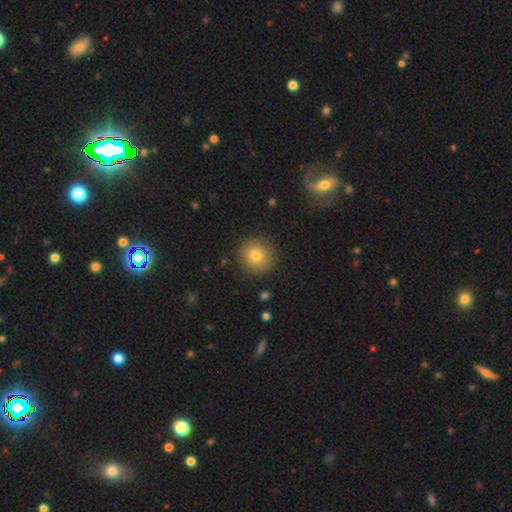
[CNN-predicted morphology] Q: Smooth or featured?
A: smooth (78%); runner-up: featured or disk (11%)
Q: How rounded?
A: round (91%); runner-up: in between (8%)
Q: Merging?
A: none (88%); runner-up: minor disturbance (8%)